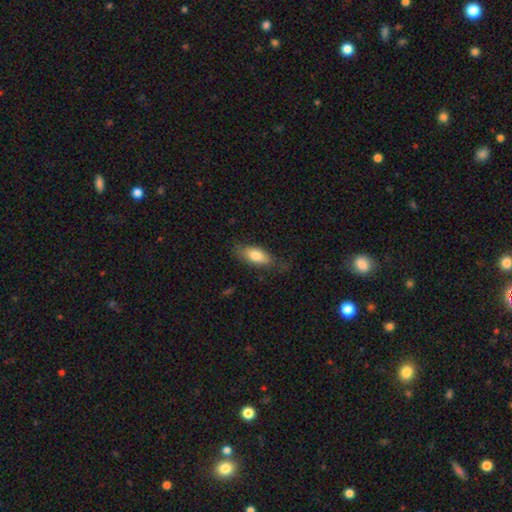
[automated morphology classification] Smooth or featured: smooth — 77% (featured or disk — 16%)
How rounded: in between — 83% (cigar-shaped — 14%)
Merging: none — 68% (minor disturbance — 23%)